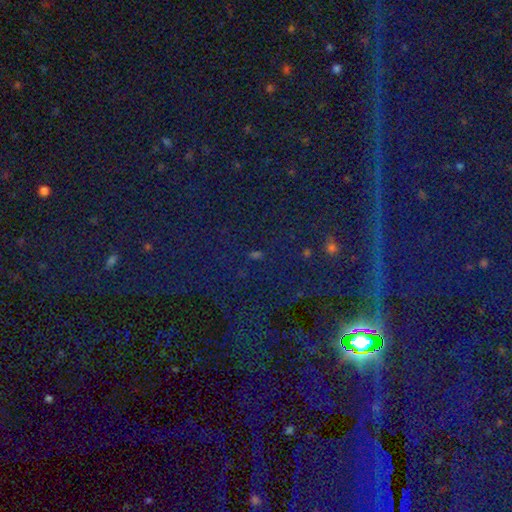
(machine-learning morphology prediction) Smooth or featured?
  - star or artifact: 85% *
  - smooth: 8%
  - featured or disk: 7%